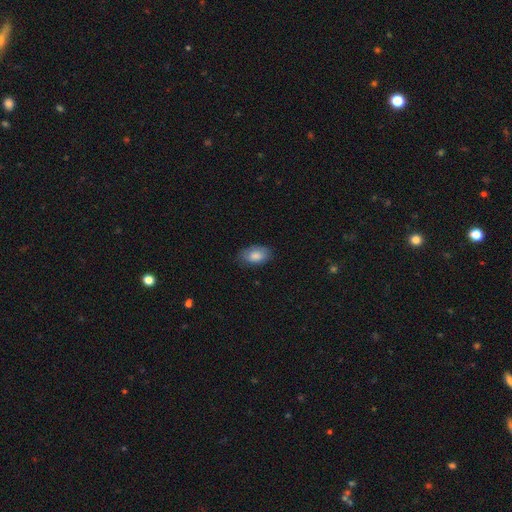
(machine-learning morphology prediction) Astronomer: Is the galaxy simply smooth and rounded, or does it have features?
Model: smooth — 85%.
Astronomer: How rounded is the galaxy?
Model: in between — 93%.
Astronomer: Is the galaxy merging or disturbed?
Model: none — 79%.